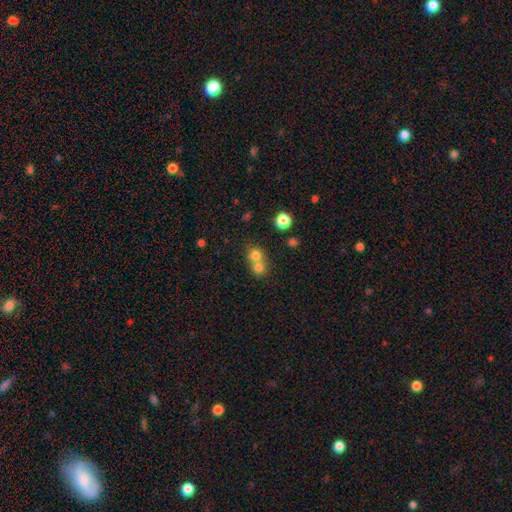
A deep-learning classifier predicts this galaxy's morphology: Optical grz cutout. It shows a smooth galaxy with no disk features (75%) that is round (84%). Merging: merger (56%).